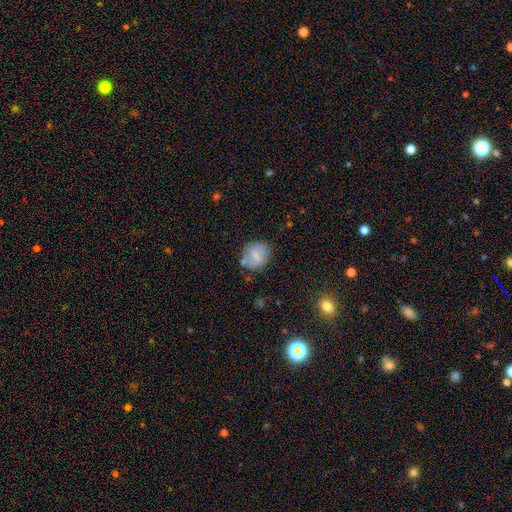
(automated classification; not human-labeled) smooth-or-featured: smooth: 58% | featured or disk: 34% | star or artifact: 8%
  how-rounded: round: 66% | in between: 33% | cigar-shaped: 1%
  merging: none: 72% | minor disturbance: 17% | major disturbance: 5% | merger: 5%